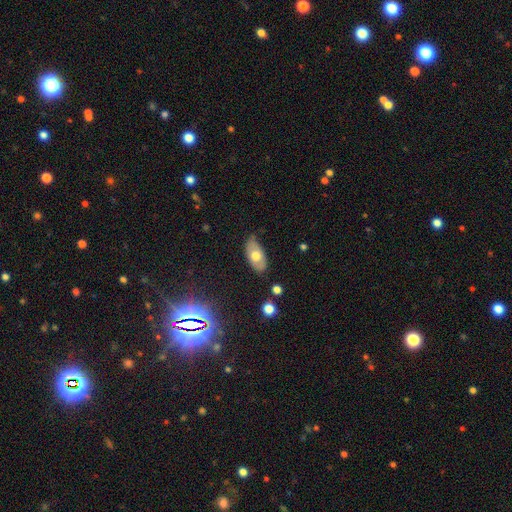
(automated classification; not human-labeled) smooth 62%, featured or disk 31%, star or artifact 7%. Down the decision tree: how rounded — in between (93%); merging — none (72%).